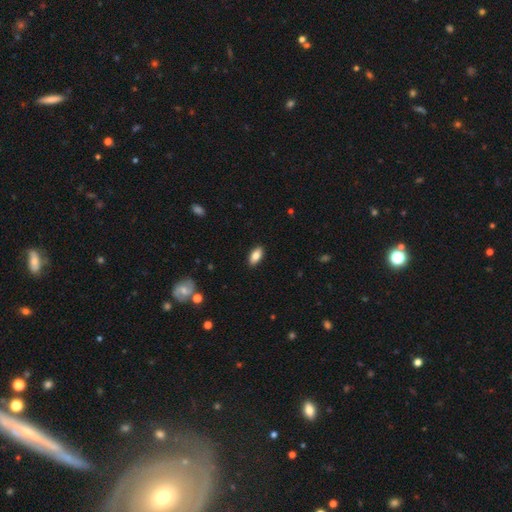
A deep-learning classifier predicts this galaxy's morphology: Smooth or featured: smooth — 83% (featured or disk — 10%)
How rounded: in between — 91% (cigar-shaped — 6%)
Merging: none — 90% (minor disturbance — 8%)